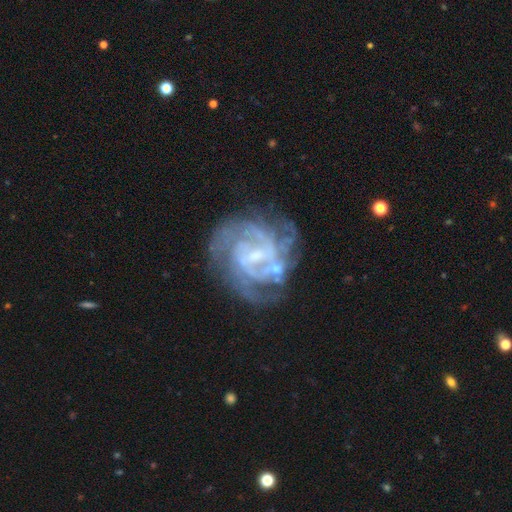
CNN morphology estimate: A featured or disk galaxy (87%) with a weak bar (54%), 2 (30%) tight (56%) spiral arms (94%) and a small central bulge (57%). Merging: none (64%).